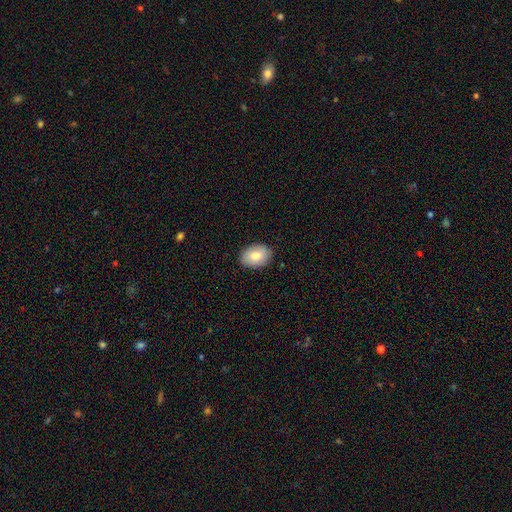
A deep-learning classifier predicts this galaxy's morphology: Q: Smooth or featured?
A: smooth (80%); runner-up: featured or disk (13%)
Q: How rounded?
A: in between (82%); runner-up: round (17%)
Q: Merging?
A: none (88%); runner-up: minor disturbance (9%)